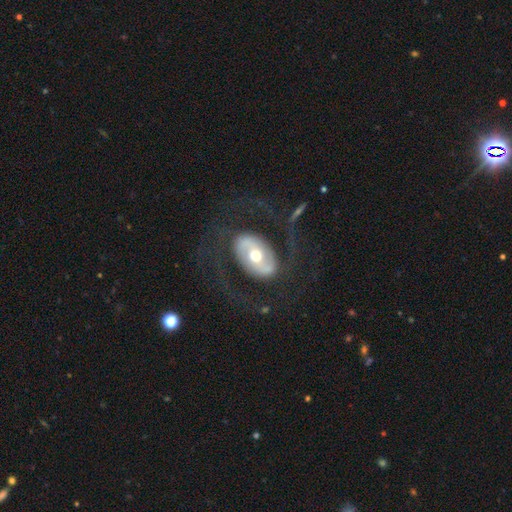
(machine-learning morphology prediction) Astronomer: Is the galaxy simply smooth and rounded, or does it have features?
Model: featured or disk — 73%.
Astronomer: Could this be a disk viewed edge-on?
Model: no — 95%.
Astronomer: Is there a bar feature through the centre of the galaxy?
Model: no — 38% (runner-up: strong, 34%).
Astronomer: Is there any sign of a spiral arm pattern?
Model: yes — 75%.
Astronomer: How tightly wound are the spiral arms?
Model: loose — 50% (runner-up: medium, 37%).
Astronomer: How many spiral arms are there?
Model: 2 — 89%.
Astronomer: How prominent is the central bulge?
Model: moderate — 73%.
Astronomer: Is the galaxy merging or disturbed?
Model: none — 70%.